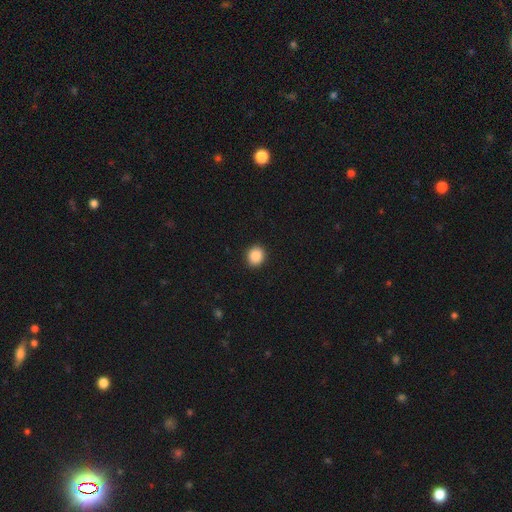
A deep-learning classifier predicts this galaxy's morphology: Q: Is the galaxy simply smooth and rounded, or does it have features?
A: smooth — 89%.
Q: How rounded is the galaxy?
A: round — 79%.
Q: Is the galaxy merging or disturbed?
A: none — 92%.